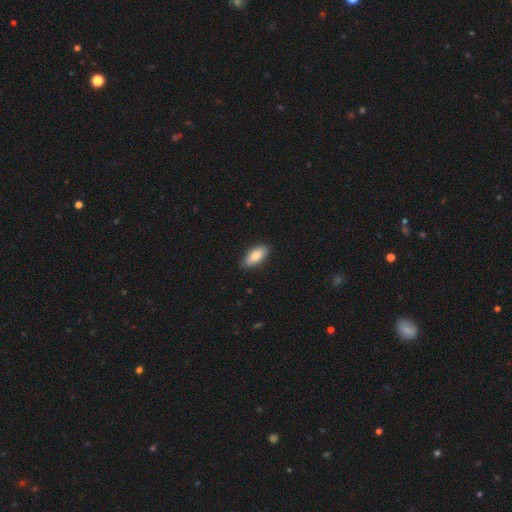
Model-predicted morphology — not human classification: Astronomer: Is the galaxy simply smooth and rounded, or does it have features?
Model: smooth — 84%.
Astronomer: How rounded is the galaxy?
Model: in between — 84%.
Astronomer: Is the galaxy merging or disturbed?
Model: none — 84%.